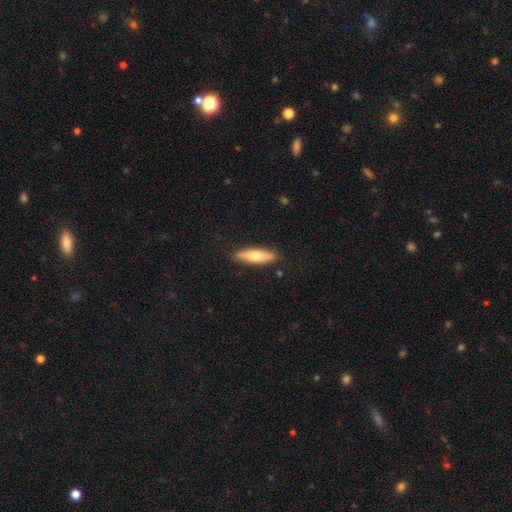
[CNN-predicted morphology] Smooth or featured? smooth (64%)
How rounded? cigar-shaped (64%)
Merging? none (85%)